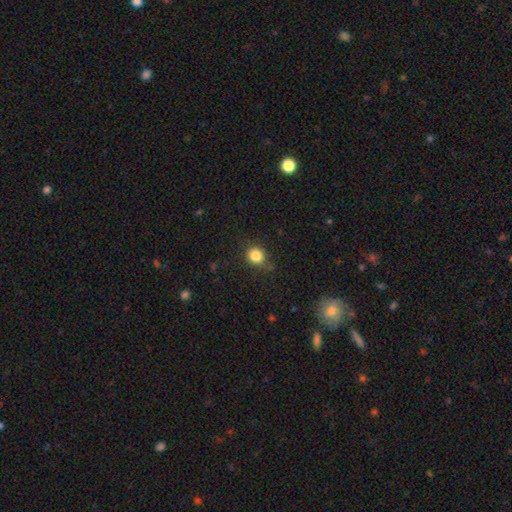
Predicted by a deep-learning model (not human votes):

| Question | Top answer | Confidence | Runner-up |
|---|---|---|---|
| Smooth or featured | smooth | 84% | star or artifact (11%) |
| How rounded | round | 81% | in between (19%) |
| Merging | none | 83% | minor disturbance (12%) |